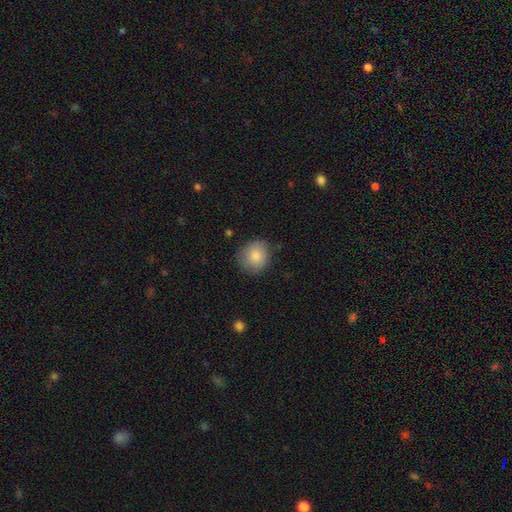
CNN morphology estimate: A smooth galaxy with no disk features (84%) that is round (82%). Merging: none (77%).